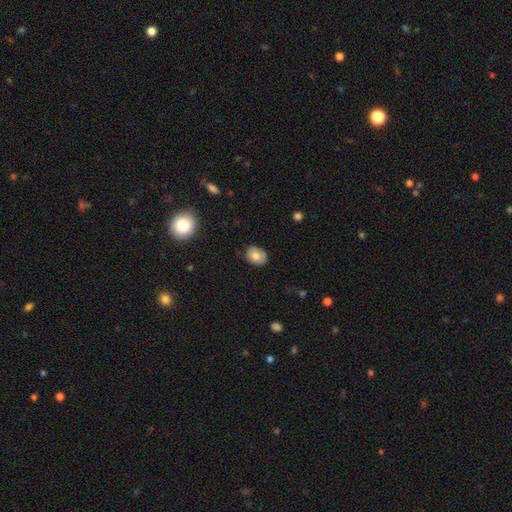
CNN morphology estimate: This is likely a smooth galaxy (75%). How rounded: likely in between (63%). Merging: clearly none (82%).